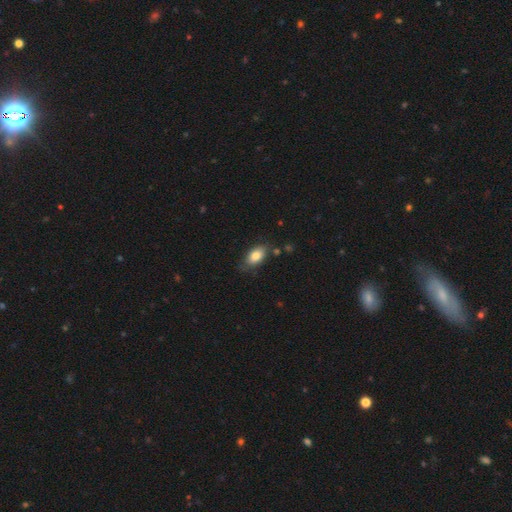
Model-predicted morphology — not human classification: type=smooth (82%); roundness=in between (90%); merging=none (75%).